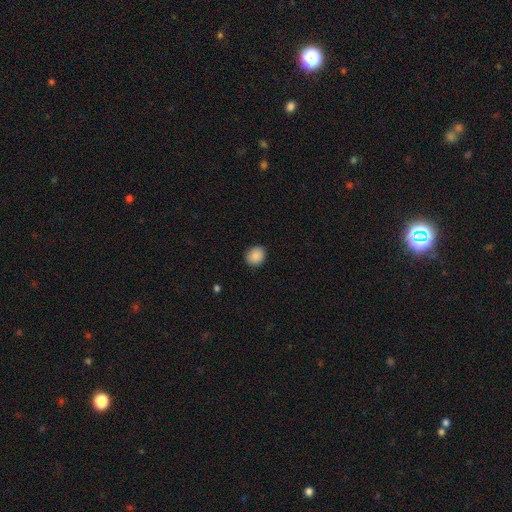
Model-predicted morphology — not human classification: smooth 89%, star or artifact 8%, featured or disk 3%. Down the decision tree: how rounded — round (58%); merging — none (89%).